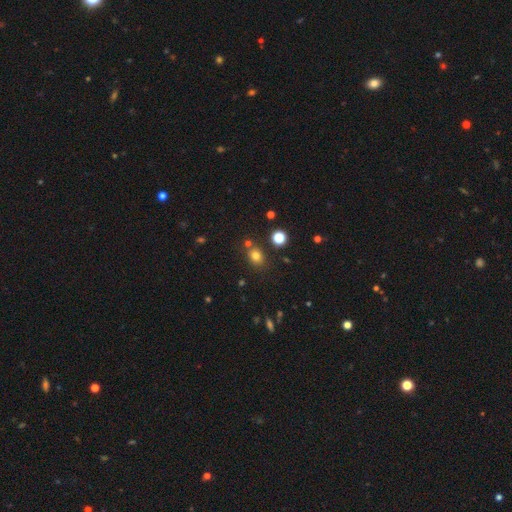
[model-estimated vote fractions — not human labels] The model was most divided on "how rounded": round: 59%, in between: 40%, cigar-shaped: 1%. More confident: merging — none (76%); smooth or featured — smooth (75%).